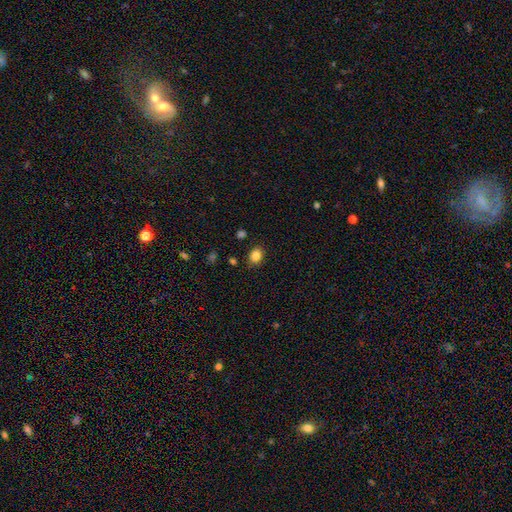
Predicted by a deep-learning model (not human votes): The model was most divided on "how rounded": in between: 56%, round: 43%, cigar-shaped: 1%. More confident: merging — none (85%); smooth or featured — smooth (85%).